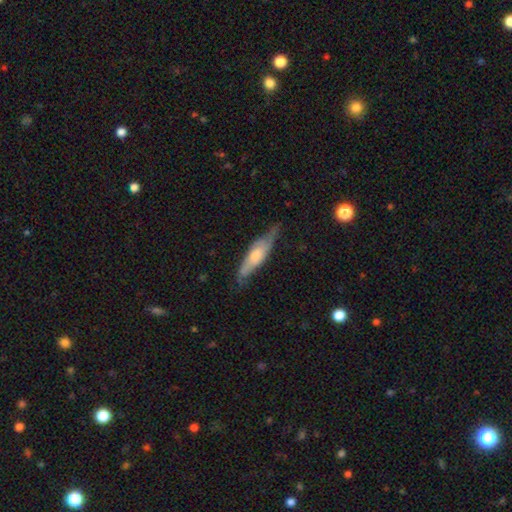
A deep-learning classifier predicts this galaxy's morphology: type=featured or disk (52%); edge-on=yes (62%); merging=none (66%).